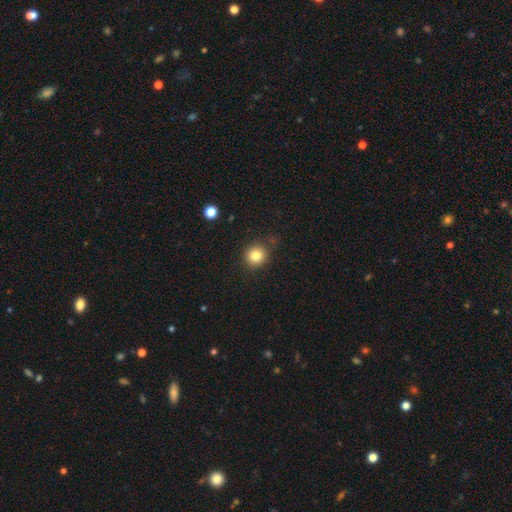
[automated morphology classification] smooth 82%, star or artifact 11%, featured or disk 6%. Down the decision tree: how rounded — round (89%); merging — none (79%).